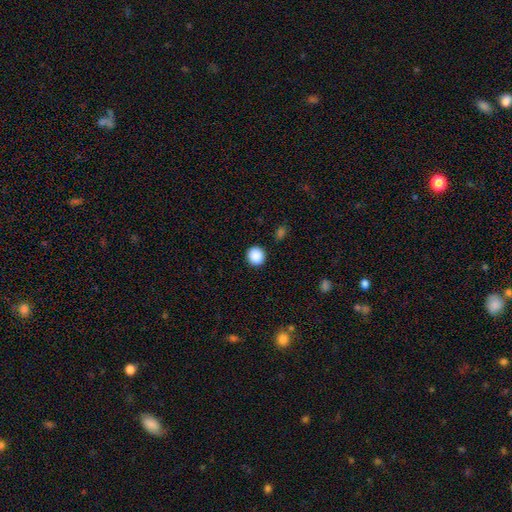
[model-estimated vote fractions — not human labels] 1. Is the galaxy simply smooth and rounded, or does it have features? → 89% smooth, 9% star or artifact, 2% featured or disk.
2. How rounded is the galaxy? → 91% round, 8% in between, 1% cigar-shaped.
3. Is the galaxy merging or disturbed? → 92% none, 5% minor disturbance, 2% major disturbance, 1% merger.